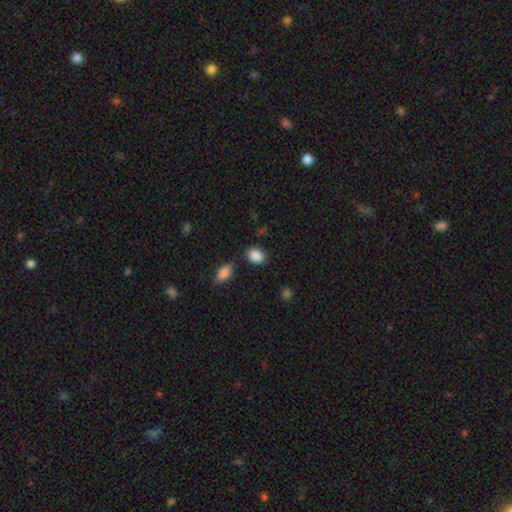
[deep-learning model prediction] Q: Smooth or featured?
A: smooth (88%); runner-up: star or artifact (8%)
Q: How rounded?
A: in between (70%); runner-up: round (29%)
Q: Merging?
A: none (78%); runner-up: minor disturbance (13%)